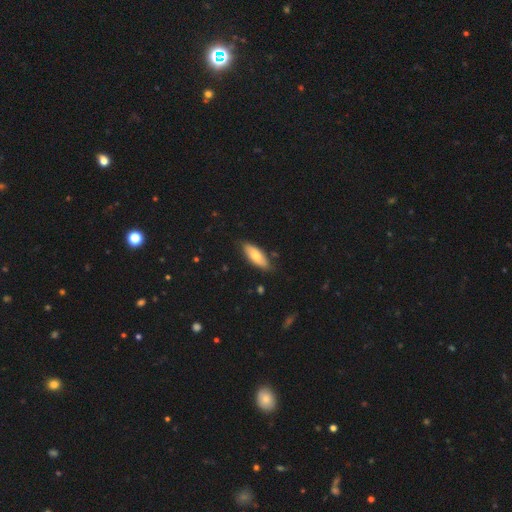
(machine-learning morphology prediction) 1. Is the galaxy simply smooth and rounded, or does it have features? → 70% smooth, 25% featured or disk, 6% star or artifact.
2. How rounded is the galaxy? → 76% in between, 22% cigar-shaped, 2% round.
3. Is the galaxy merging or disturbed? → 80% none, 16% minor disturbance, 2% major disturbance, 2% merger.